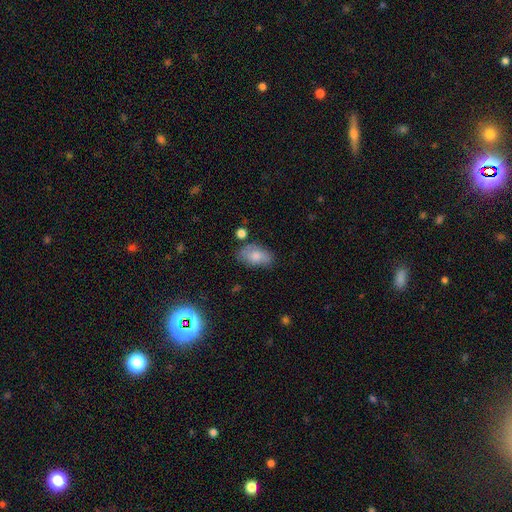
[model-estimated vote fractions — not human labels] smooth 76%, featured or disk 17%, star or artifact 7%. Down the decision tree: how rounded — in between (92%); merging — none (68%).